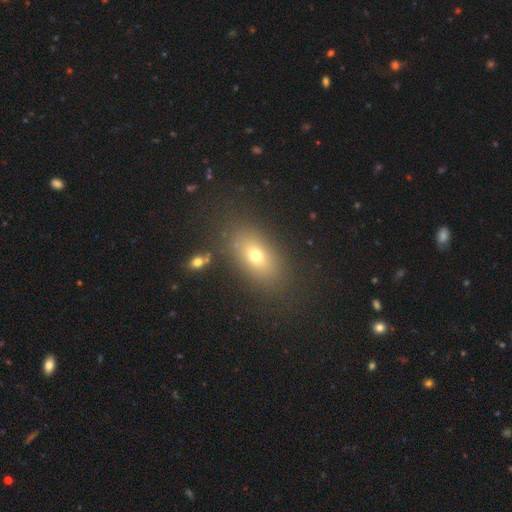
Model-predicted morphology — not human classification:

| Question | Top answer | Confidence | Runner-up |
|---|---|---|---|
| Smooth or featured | smooth | 67% | featured or disk (19%) |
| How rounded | in between | 81% | round (13%) |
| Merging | none | 81% | minor disturbance (11%) |